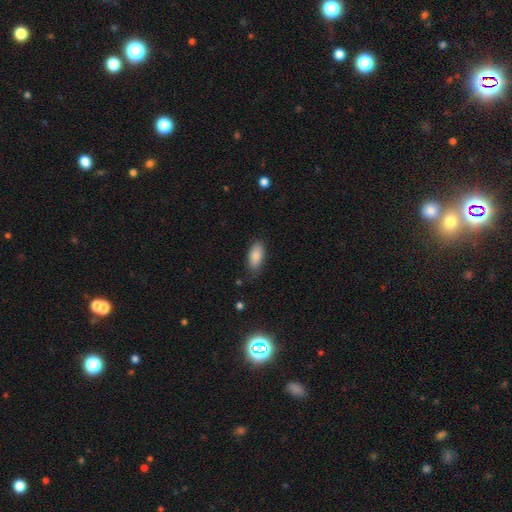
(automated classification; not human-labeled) Smooth or featured: smooth — 85% (featured or disk — 8%)
How rounded: in between — 88% (cigar-shaped — 10%)
Merging: none — 77% (minor disturbance — 18%)